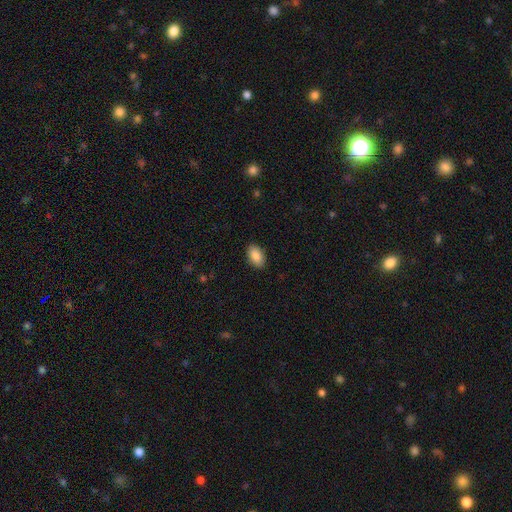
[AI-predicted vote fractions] smooth_or_featured: smooth (p=0.88) [alt: star or artifact p=0.07]
how_rounded: in between (p=0.93) [alt: round p=0.06]
merging: none (p=0.89) [alt: minor disturbance p=0.08]